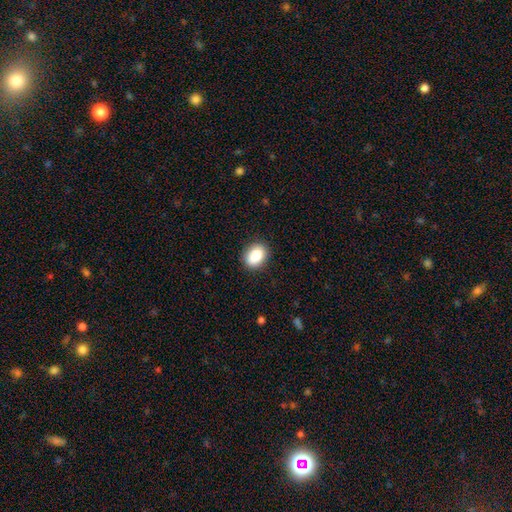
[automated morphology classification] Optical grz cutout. It shows a smooth galaxy with no disk features (88%) that is in between round and cigar-shaped (70%). Merging: none (87%).